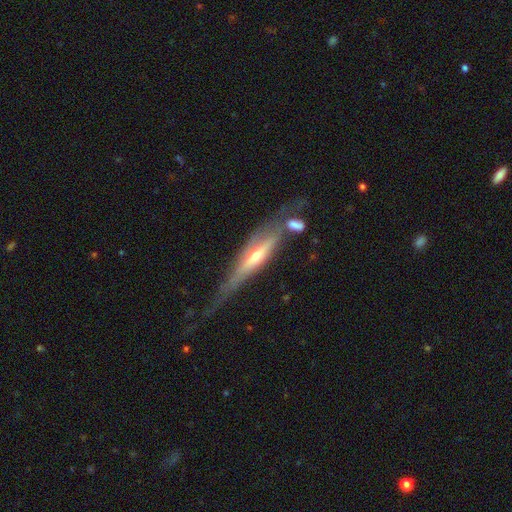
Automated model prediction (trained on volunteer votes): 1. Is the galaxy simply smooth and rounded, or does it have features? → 79% featured or disk, 14% smooth, 7% star or artifact.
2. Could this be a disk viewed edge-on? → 83% yes, 17% no.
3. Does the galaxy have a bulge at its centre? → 75% rounded, 14% none, 11% boxy.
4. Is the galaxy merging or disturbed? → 52% none, 24% minor disturbance, 14% major disturbance, 10% merger.